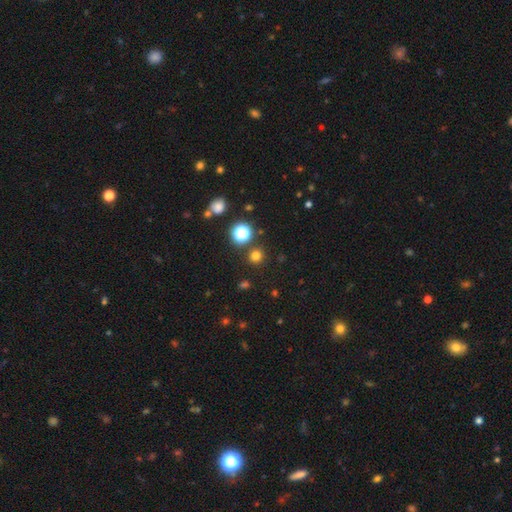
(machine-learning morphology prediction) Q: Smooth or featured?
A: smooth (74%); runner-up: star or artifact (22%)
Q: How rounded?
A: round (90%); runner-up: in between (9%)
Q: Merging?
A: none (87%); runner-up: minor disturbance (6%)